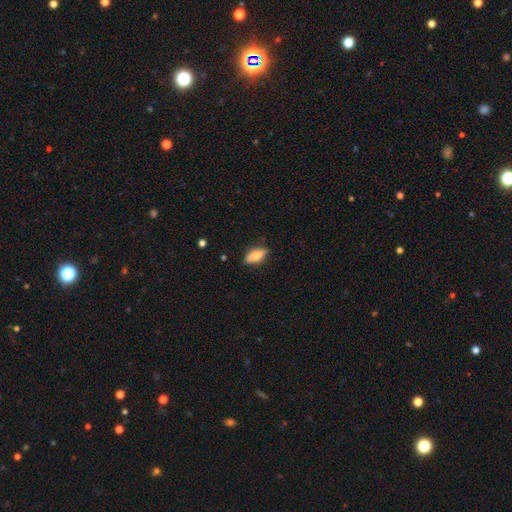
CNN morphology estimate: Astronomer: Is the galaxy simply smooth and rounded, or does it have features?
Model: smooth — 76%.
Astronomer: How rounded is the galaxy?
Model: in between — 81%.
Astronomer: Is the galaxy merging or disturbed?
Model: none — 81%.